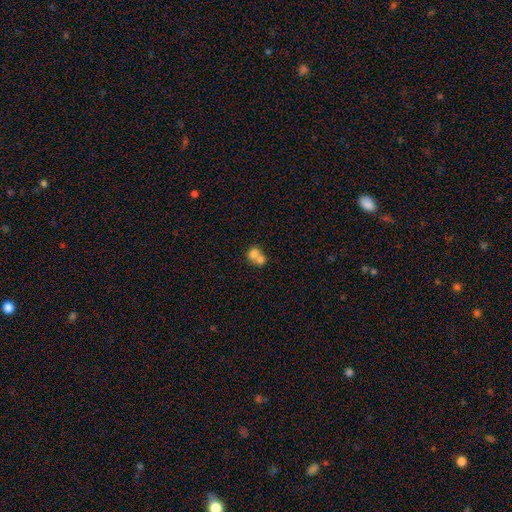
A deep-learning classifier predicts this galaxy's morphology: A smooth galaxy with no disk features (71%) that is round (67%). Merging: merger (70%).